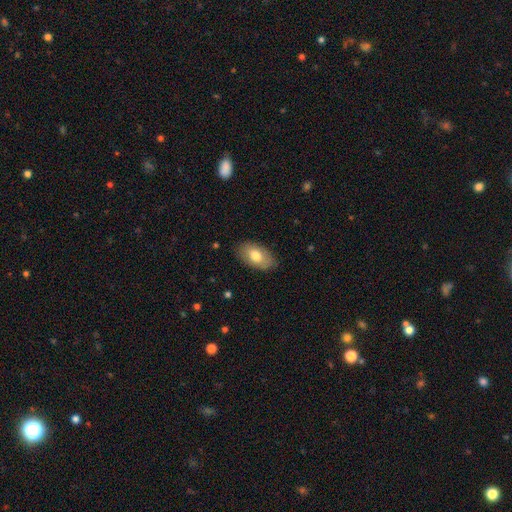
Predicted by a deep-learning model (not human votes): Overall: smooth (74%). How rounded: in between (93%). Merging: none (82%).